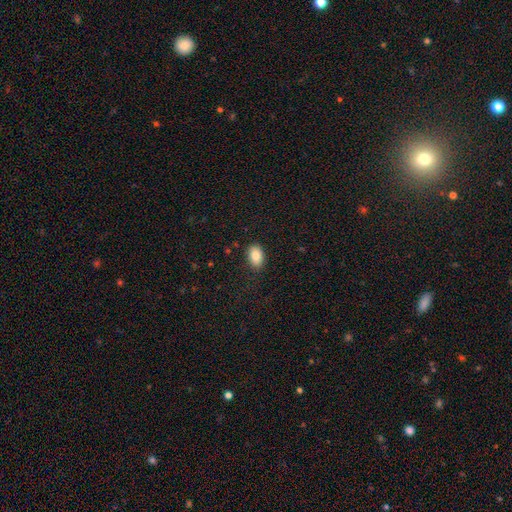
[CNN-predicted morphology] Smooth or featured? smooth (85%)
How rounded? in between (87%)
Merging? none (86%)